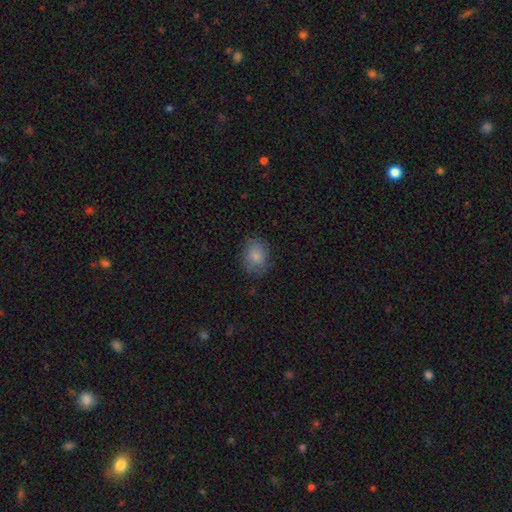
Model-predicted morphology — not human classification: smooth-or-featured: smooth: 83% | featured or disk: 9% | star or artifact: 8%
  how-rounded: round: 52% | in between: 47% | cigar-shaped: 1%
  merging: none: 73% | minor disturbance: 20% | major disturbance: 6% | merger: 1%